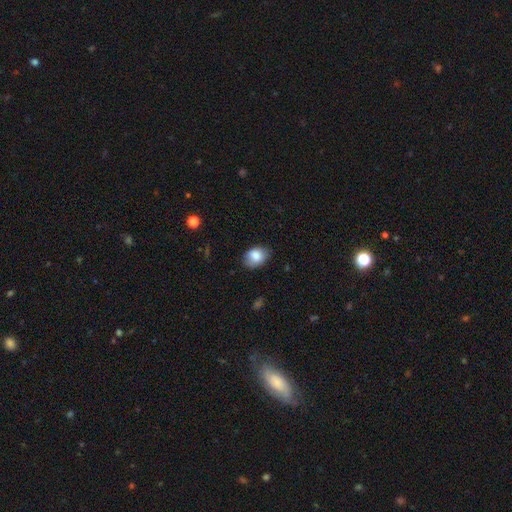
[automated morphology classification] This appears to be a smooth galaxy with no disk features (84%) that is in between round and cigar-shaped (75%). Merging: none (75%).